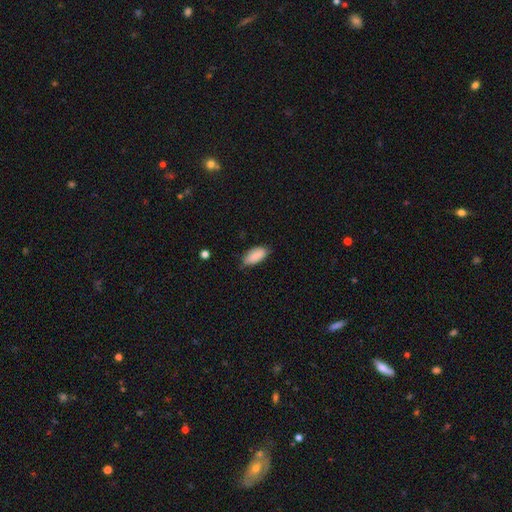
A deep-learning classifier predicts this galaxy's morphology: This is clearly a smooth galaxy (88%). How rounded: clearly in between (90%). Merging: likely none (69%).